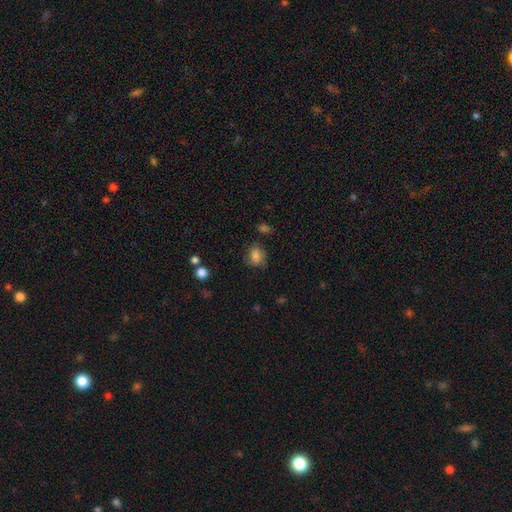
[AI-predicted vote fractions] A smooth galaxy with no disk features (76%) that is round (60%). Merging: none (70%).